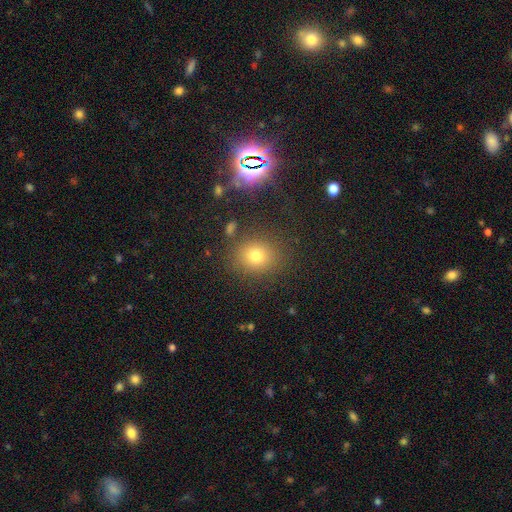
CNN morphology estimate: The model was most divided on "how rounded": round: 70%, in between: 29%, cigar-shaped: 1%. More confident: merging — none (82%); smooth or featured — smooth (72%).